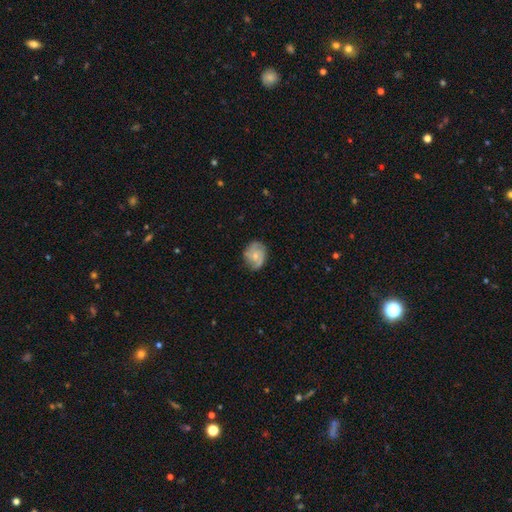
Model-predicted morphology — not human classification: featured or disk 58%, smooth 35%, star or artifact 7%. Down the decision tree: edge-on disk — no (97%); bar — no (75%); spiral arms — yes (88%); bulge size — small (55%); merging — none (69%).